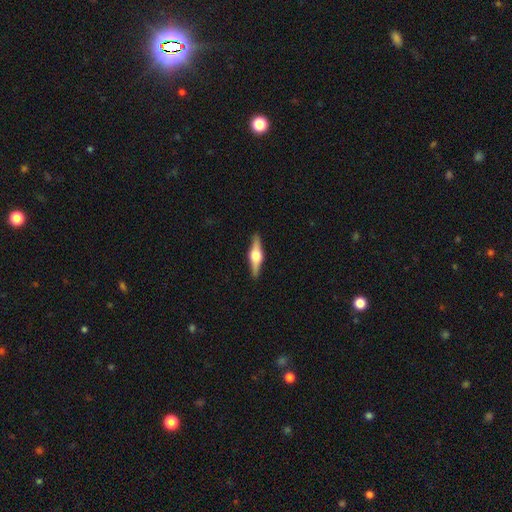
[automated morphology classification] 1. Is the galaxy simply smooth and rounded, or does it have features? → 71% featured or disk, 23% smooth, 6% star or artifact.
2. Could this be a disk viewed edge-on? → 97% yes, 3% no.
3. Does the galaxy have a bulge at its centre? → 94% rounded, 5% boxy, 1% none.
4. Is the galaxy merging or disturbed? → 91% none, 7% minor disturbance, 2% major disturbance, 1% merger.